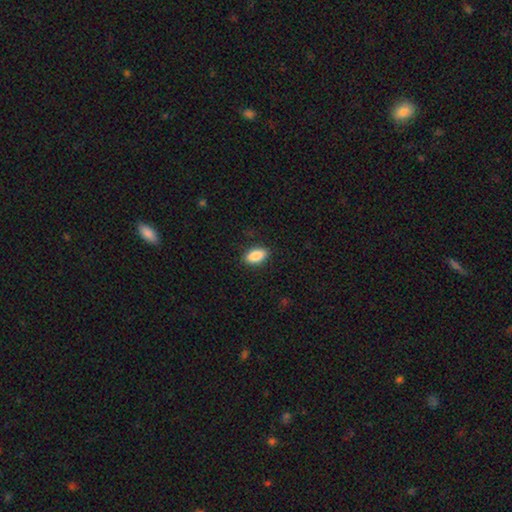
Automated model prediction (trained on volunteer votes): Overall: smooth (88%). How rounded: in between (91%). Merging: none (88%).